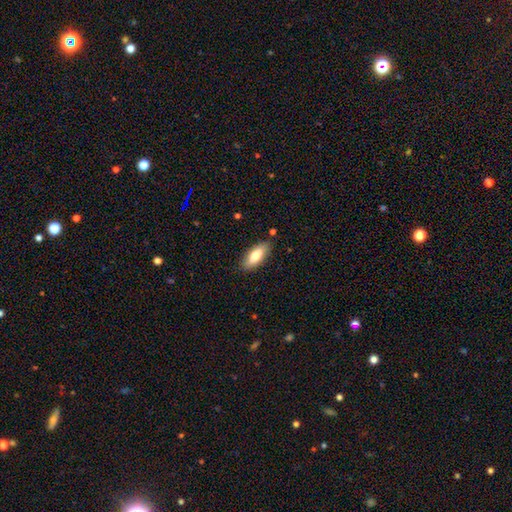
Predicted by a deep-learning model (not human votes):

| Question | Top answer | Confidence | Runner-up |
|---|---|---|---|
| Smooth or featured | smooth | 76% | featured or disk (18%) |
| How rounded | in between | 76% | cigar-shaped (22%) |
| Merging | none | 85% | minor disturbance (11%) |